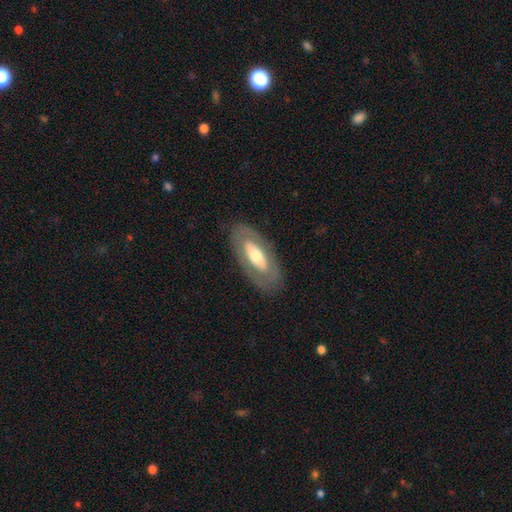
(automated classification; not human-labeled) The model was most divided on "smooth or featured": featured or disk: 52%, smooth: 42%, star or artifact: 6%. More confident: merging — none (83%); edge-on disk — no (83%).